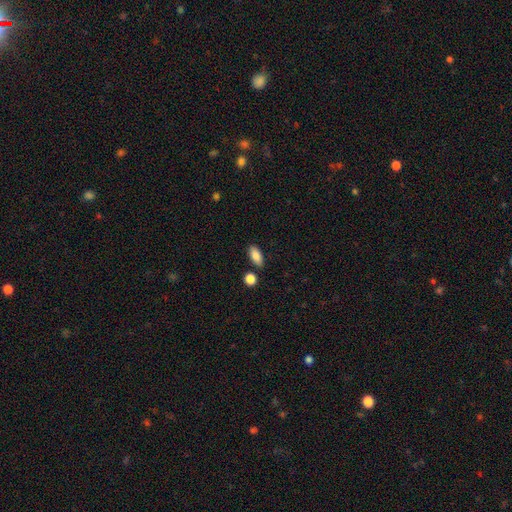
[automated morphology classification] Smooth or featured? smooth (86%)
How rounded? in between (87%)
Merging? none (82%)